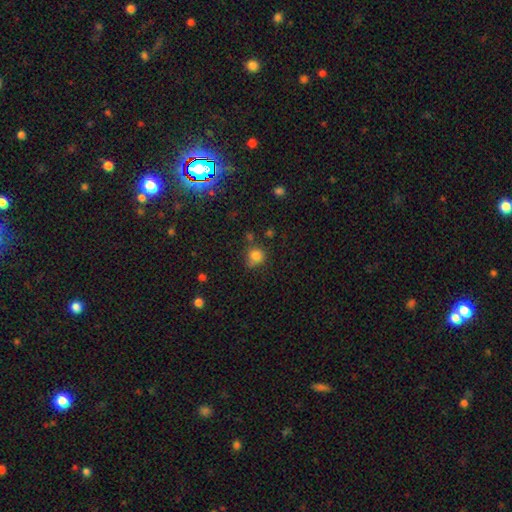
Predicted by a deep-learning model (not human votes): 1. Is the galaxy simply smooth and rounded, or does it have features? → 81% smooth, 13% star or artifact, 6% featured or disk.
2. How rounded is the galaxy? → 83% round, 16% in between, 1% cigar-shaped.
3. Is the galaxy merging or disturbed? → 60% none, 25% minor disturbance, 8% merger, 7% major disturbance.